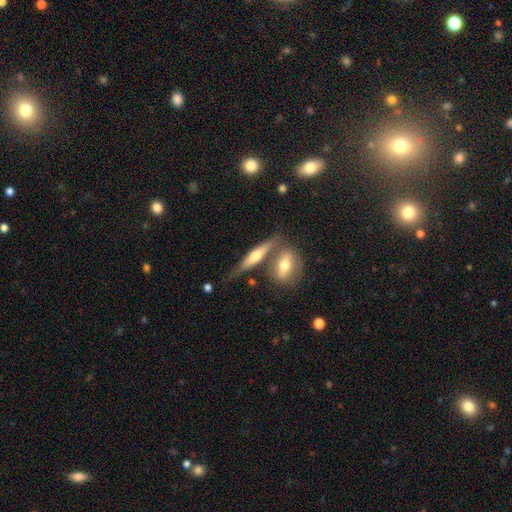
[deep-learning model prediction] Smooth or featured? featured or disk (48%)
Merging? none (53%)